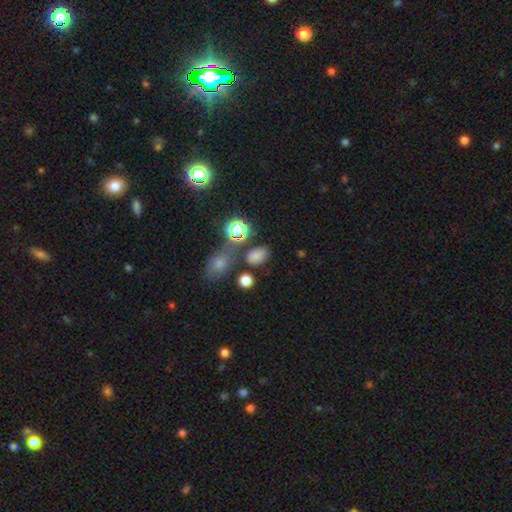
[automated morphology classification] Smooth or featured? Predicted: smooth (p=0.74). How rounded? Predicted: in between (p=0.79). Merging? Predicted: none (p=0.70).